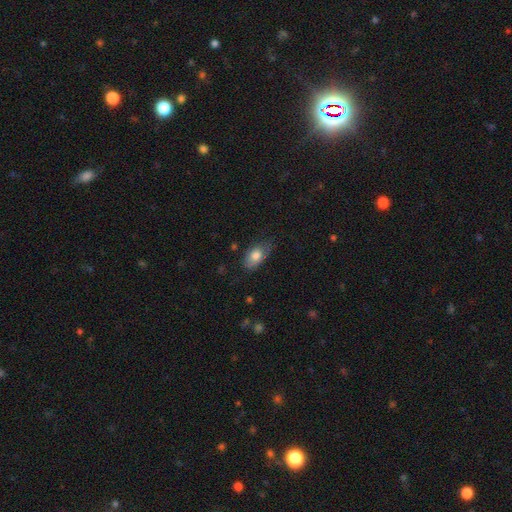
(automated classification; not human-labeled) A smooth galaxy with no disk features (74%) that is in between round and cigar-shaped (89%).

Vote fractions:
- Smooth or featured? smooth: 74% / featured or disk: 18% / star or artifact: 7%
- How rounded? in between: 89% / round: 8% / cigar-shaped: 3%
- Merging? none: 60% / minor disturbance: 30% / major disturbance: 8% / merger: 2%